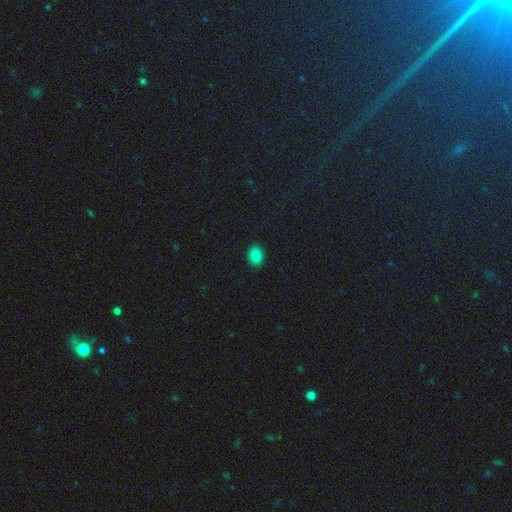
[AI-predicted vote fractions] Smooth or featured? smooth (83%)
How rounded? in between (54%)
Merging? none (91%)